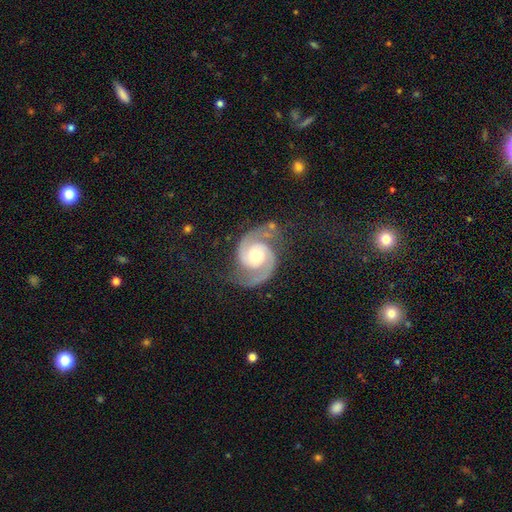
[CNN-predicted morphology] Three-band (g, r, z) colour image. It shows a featured or disk galaxy (92%) with no bar (67%), 2 (94%) medium (54%) spiral arms (98%) and a moderate central bulge (67%). Merging: none (76%).